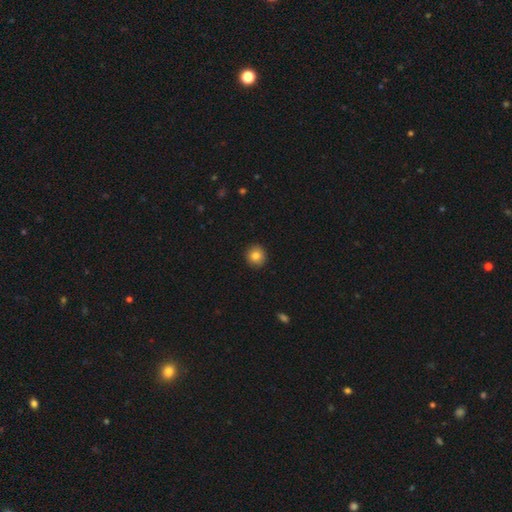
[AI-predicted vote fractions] Smooth or featured? Predicted: smooth (p=0.83). How rounded? Predicted: round (p=0.92). Merging? Predicted: none (p=0.92).